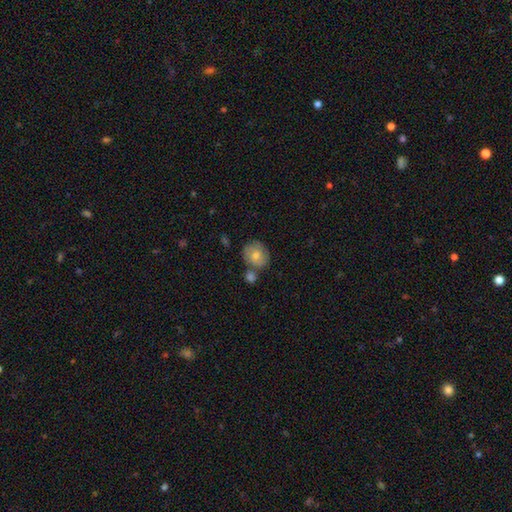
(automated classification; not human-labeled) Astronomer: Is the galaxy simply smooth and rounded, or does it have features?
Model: smooth — 67%.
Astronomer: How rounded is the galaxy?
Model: round — 75%.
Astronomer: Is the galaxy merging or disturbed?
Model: none — 63%.